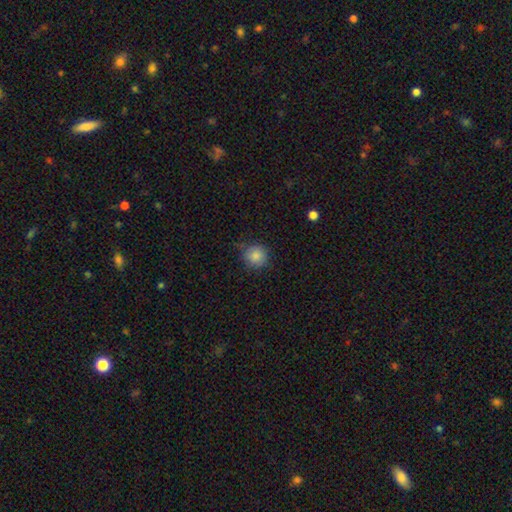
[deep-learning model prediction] A smooth galaxy with no disk features (86%) that is round (91%). Merging: none (79%).